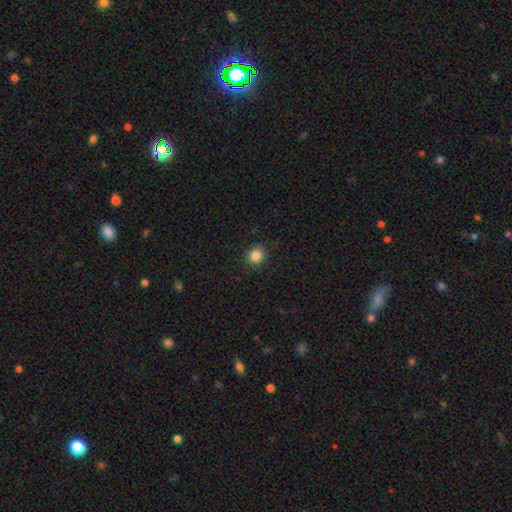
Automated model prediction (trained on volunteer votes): Q: Smooth or featured?
A: smooth (85%); runner-up: star or artifact (11%)
Q: How rounded?
A: round (87%); runner-up: in between (12%)
Q: Merging?
A: none (89%); runner-up: minor disturbance (8%)